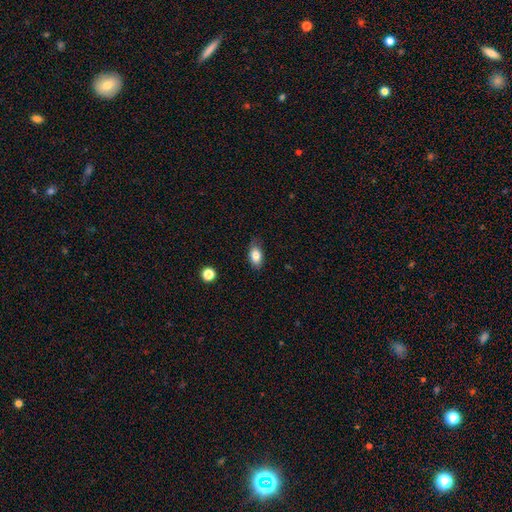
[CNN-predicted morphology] Q: Smooth or featured?
A: smooth (83%); runner-up: featured or disk (9%)
Q: How rounded?
A: in between (89%); runner-up: round (9%)
Q: Merging?
A: none (78%); runner-up: minor disturbance (17%)